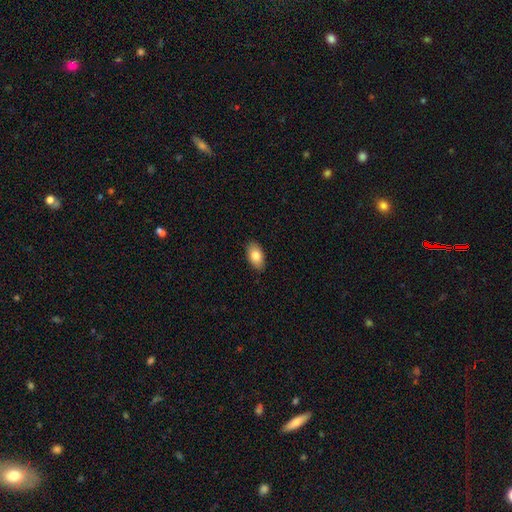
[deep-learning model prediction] The model was most divided on "smooth or featured": smooth: 82%, featured or disk: 11%, star or artifact: 7%. More confident: how rounded — in between (93%); merging — none (88%).